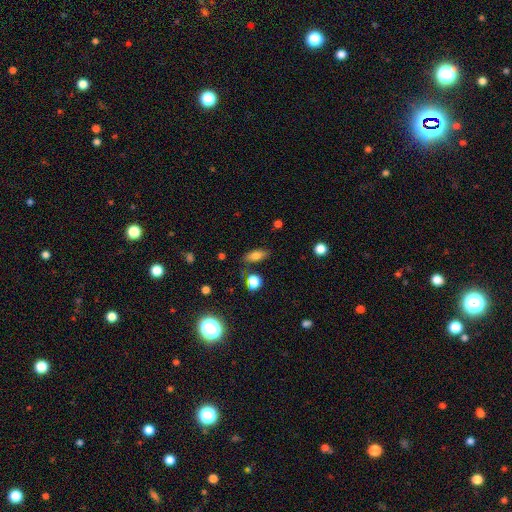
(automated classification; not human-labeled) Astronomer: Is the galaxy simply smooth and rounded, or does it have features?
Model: smooth — 75%.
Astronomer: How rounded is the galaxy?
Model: in between — 75%.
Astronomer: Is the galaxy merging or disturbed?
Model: none — 79%.